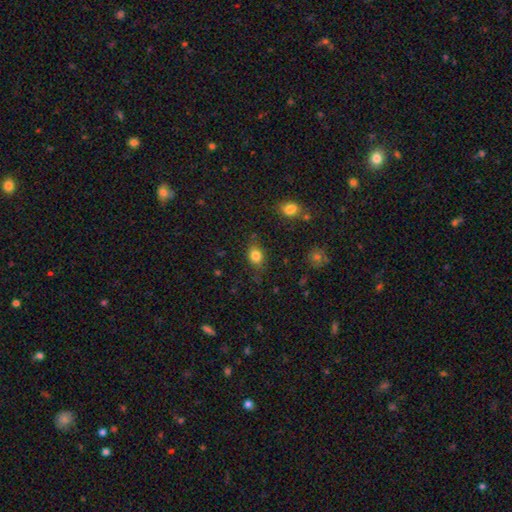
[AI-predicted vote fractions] smooth_or_featured: smooth (p=0.82) [alt: star or artifact p=0.11]
how_rounded: in between (p=0.60) [alt: round p=0.39]
merging: none (p=0.75) [alt: minor disturbance p=0.18]